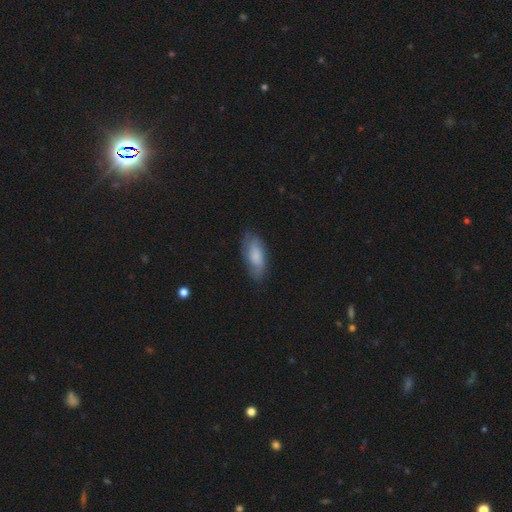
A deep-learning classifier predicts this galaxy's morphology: This is possibly a smooth galaxy (58%). How rounded: clearly in between (83%). Merging: likely none (69%).